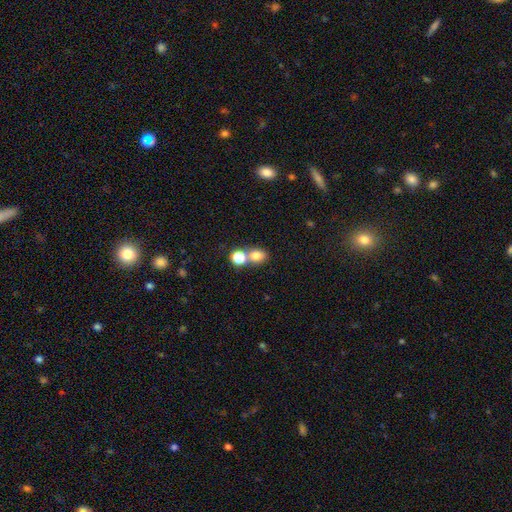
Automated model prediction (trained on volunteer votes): A smooth galaxy with no disk features (75%) that is round (52%).

Vote fractions:
- Smooth or featured? smooth: 75% / star or artifact: 16% / featured or disk: 10%
- How rounded? round: 52% / in between: 47% / cigar-shaped: 1%
- Merging? none: 51% / merger: 35% / minor disturbance: 10% / major disturbance: 4%